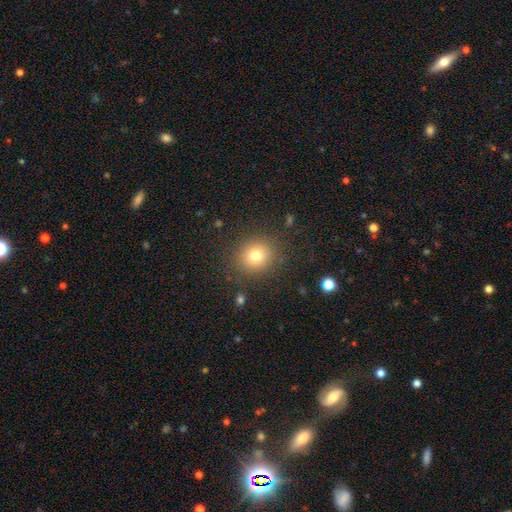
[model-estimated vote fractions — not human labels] This appears to be a smooth galaxy with no disk features (77%) that is round (85%). Merging: none (87%).